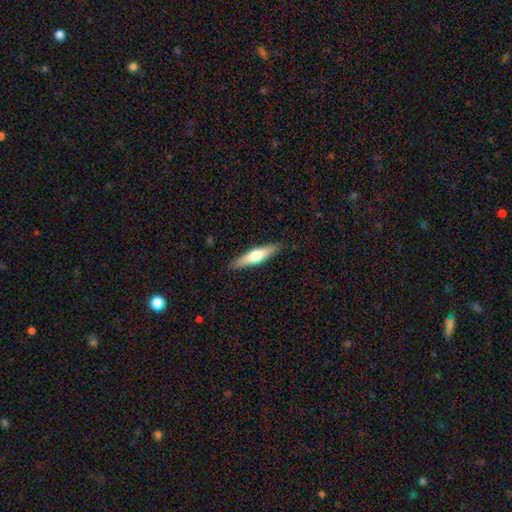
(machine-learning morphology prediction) A smooth galaxy with no disk features (51%) that is cigar-shaped (77%).

Vote fractions:
- Smooth or featured? smooth: 51% / featured or disk: 44% / star or artifact: 5%
- How rounded? cigar-shaped: 77% / in between: 21% / round: 2%
- Merging? none: 89% / minor disturbance: 8% / major disturbance: 2% / merger: 1%